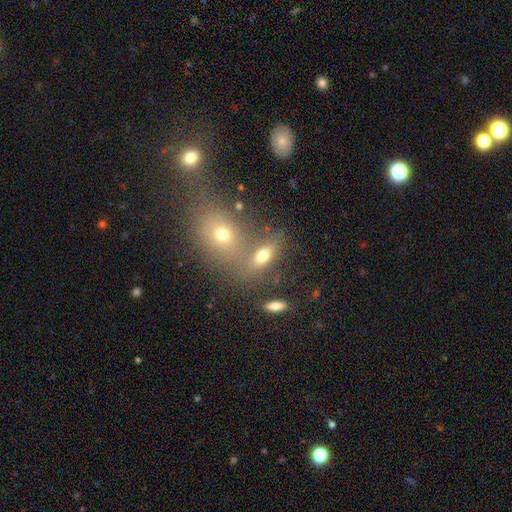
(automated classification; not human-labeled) A smooth galaxy with no disk features (53%) that is in between round and cigar-shaped (64%). Merging: merger (47%).